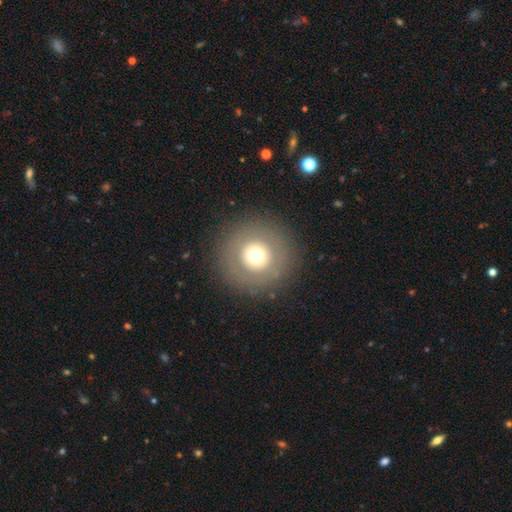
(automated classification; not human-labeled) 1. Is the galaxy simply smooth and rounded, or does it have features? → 66% smooth, 22% featured or disk, 13% star or artifact.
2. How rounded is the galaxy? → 96% round, 3% in between, 1% cigar-shaped.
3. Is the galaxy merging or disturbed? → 89% none, 6% minor disturbance, 4% major disturbance, 1% merger.